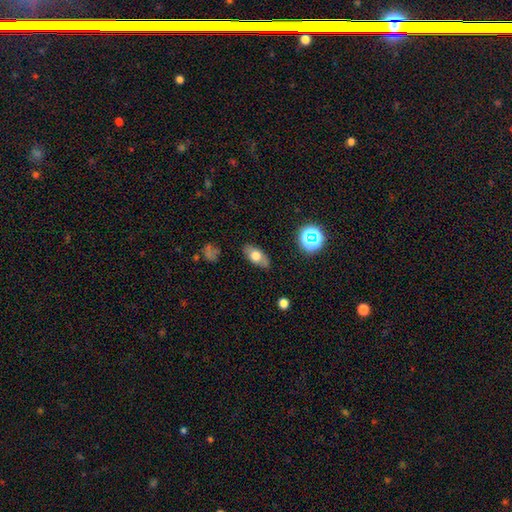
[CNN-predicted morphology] smooth 64%, featured or disk 26%, star or artifact 10%. Down the decision tree: how rounded — in between (84%); merging — none (80%).